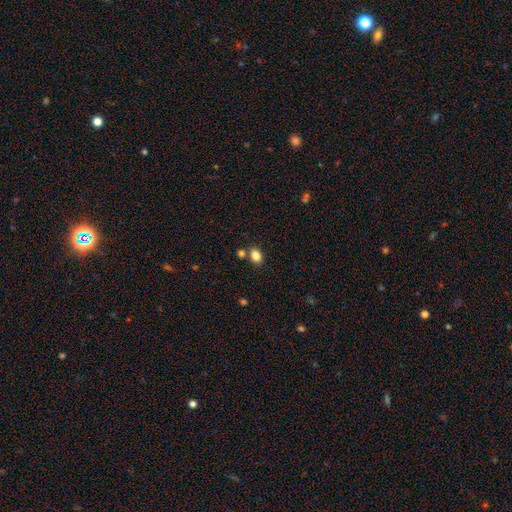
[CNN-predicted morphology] smooth_or_featured: smooth (p=0.84) [alt: star or artifact p=0.10]
how_rounded: in between (p=0.75) [alt: round p=0.24]
merging: none (p=0.72) [alt: merger p=0.14]